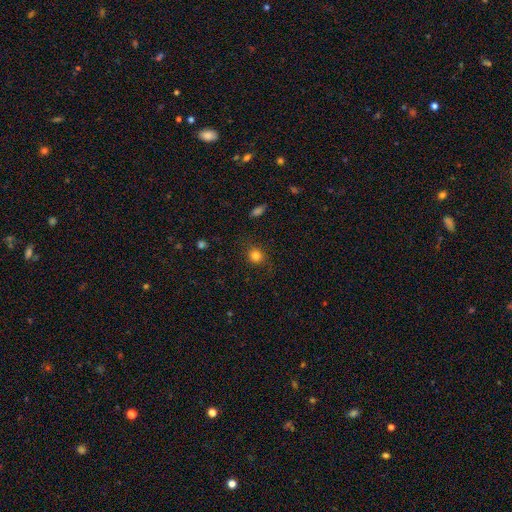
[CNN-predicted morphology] The model was most divided on "smooth or featured": smooth: 81%, star or artifact: 13%, featured or disk: 6%. More confident: how rounded — round (86%); merging — none (84%).